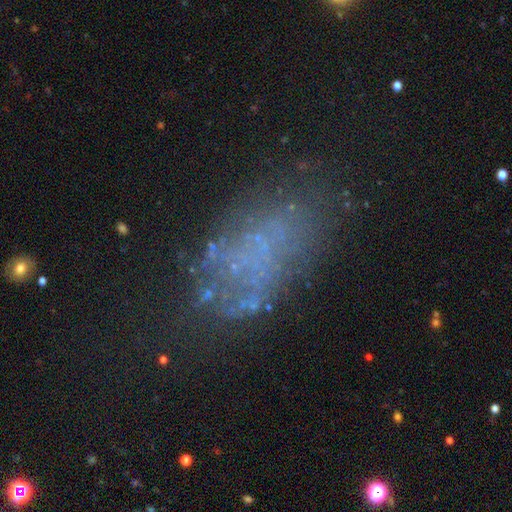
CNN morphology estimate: featured or disk 43%, smooth 36%, star or artifact 21%. Down the decision tree: merging — none (56%).